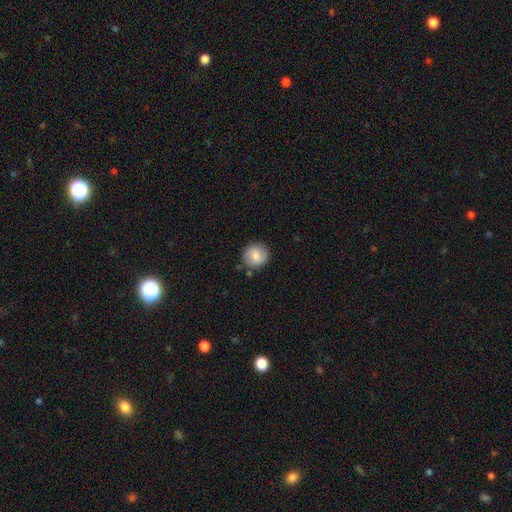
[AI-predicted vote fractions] Morphology: type=smooth (78%); roundness=round (92%); merging=none (84%).